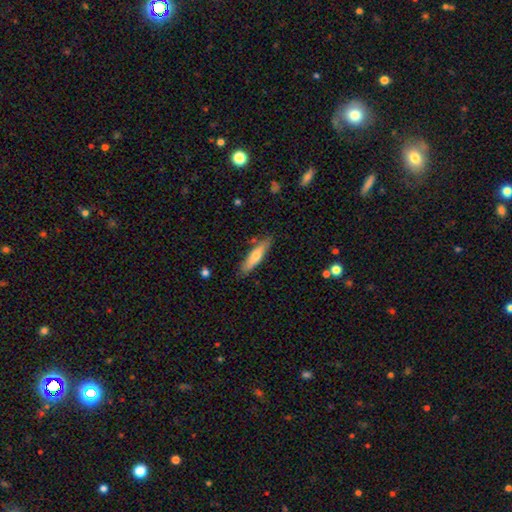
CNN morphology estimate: smooth_or_featured: smooth (p=0.57) [alt: featured or disk p=0.37]
how_rounded: cigar-shaped (p=0.81) [alt: in between p=0.17]
merging: none (p=0.84) [alt: minor disturbance p=0.11]